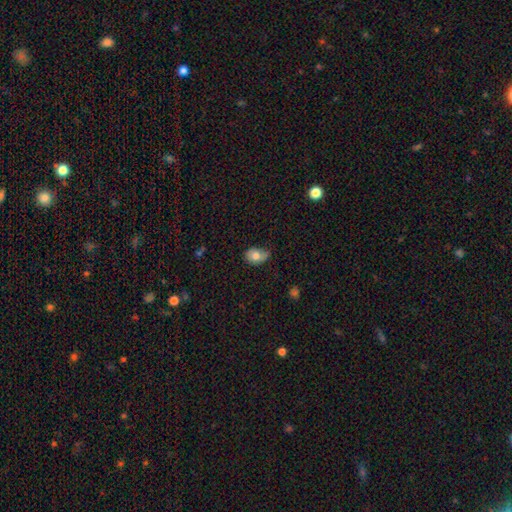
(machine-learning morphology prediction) This is likely a smooth galaxy (74%). How rounded: likely in between (75%). Merging: marginally none (44%).